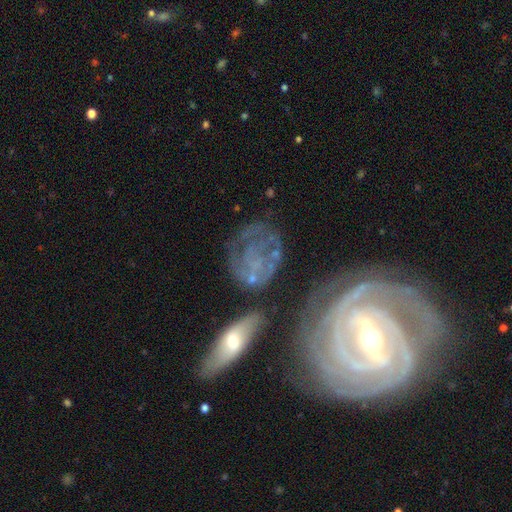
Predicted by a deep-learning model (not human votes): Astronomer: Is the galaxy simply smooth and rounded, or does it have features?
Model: featured or disk — 61%.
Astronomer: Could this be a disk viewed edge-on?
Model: no — 95%.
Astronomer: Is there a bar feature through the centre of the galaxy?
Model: no — 79%.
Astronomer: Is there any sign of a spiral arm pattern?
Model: yes — 50%, tied with no at 50%.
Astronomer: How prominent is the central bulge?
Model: none — 64%.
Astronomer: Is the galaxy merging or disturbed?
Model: none — 38% (runner-up: major disturbance, 27%).